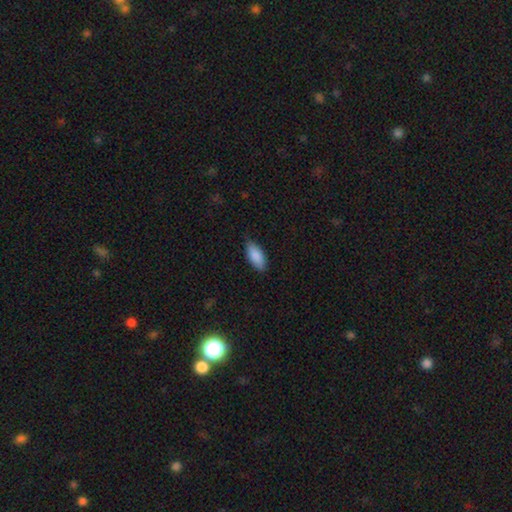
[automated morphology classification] smooth-or-featured: smooth: 88% | star or artifact: 6% | featured or disk: 6%
  how-rounded: in between: 87% | cigar-shaped: 12% | round: 2%
  merging: none: 79% | minor disturbance: 17% | major disturbance: 2% | merger: 1%